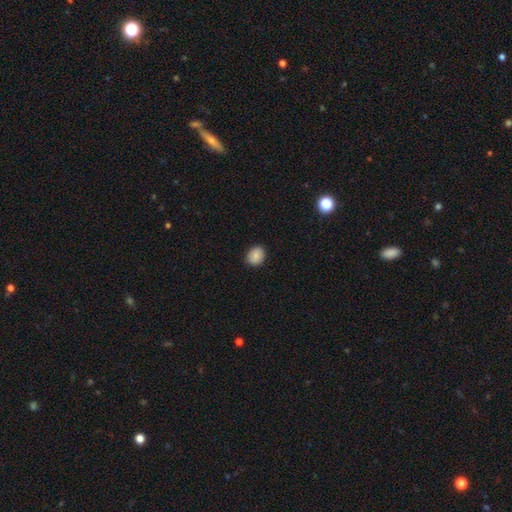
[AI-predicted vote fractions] smooth 85%, star or artifact 8%, featured or disk 7%. Down the decision tree: how rounded — round (65%); merging — none (88%).